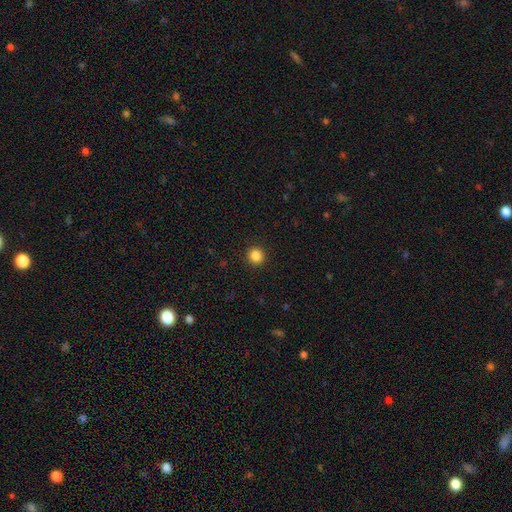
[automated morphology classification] The model was most divided on "smooth or featured": smooth: 86%, star or artifact: 11%, featured or disk: 3%. More confident: how rounded — round (94%); merging — none (93%).